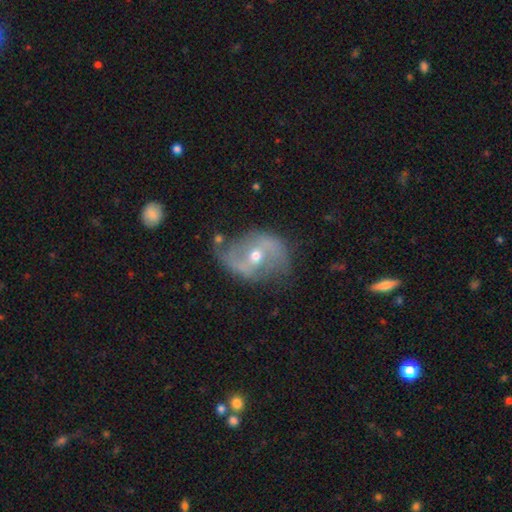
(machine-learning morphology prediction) The model was most divided on "bar": weak: 39%, strong: 33%, no: 27%. Remaining: edge-on disk — no (96%); spiral arm count — 2 (88%); spiral arms — yes (85%); smooth or featured — featured or disk (81%); merging — none (64%); bulge size — moderate (59%); spiral winding — loose (50%).